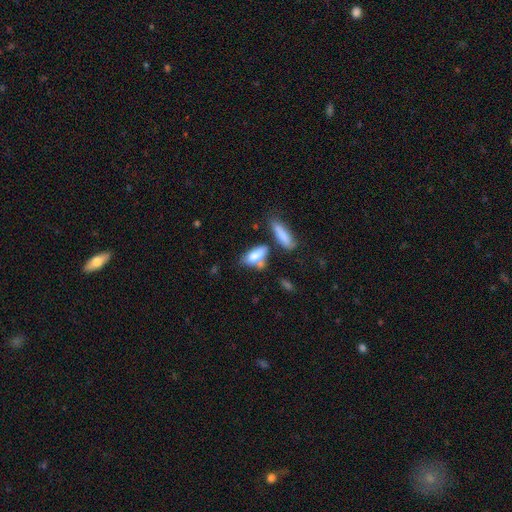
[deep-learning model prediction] The model was most divided on "merging": none: 41%, merger: 33%, minor disturbance: 18%, major disturbance: 8%. More confident: smooth or featured — smooth (79%); how rounded — in between (76%).